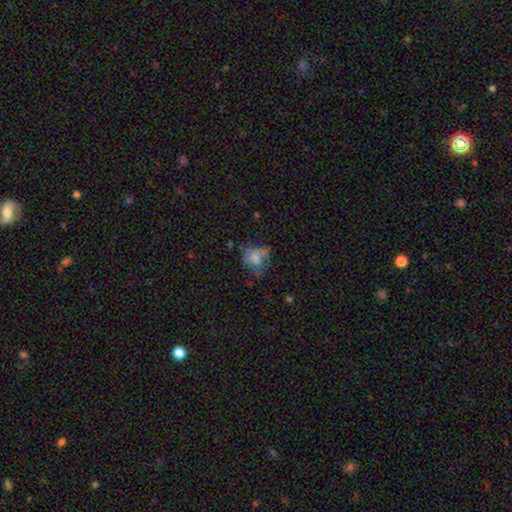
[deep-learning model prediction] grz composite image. It shows a smooth galaxy with no disk features (45%). Merging: none (42%).